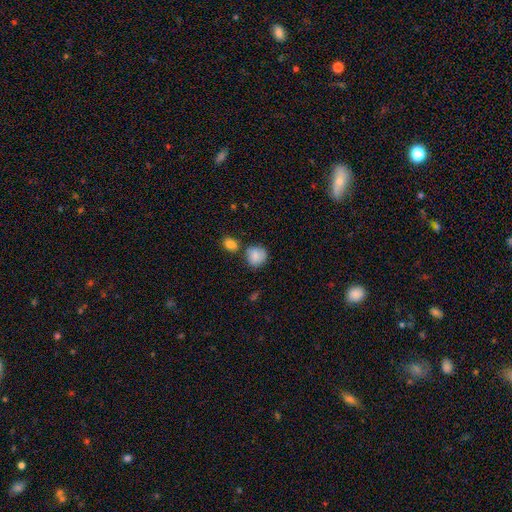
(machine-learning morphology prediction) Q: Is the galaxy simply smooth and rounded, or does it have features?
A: smooth — 83%.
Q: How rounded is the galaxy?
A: round — 82%.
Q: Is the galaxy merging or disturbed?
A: none — 64%.